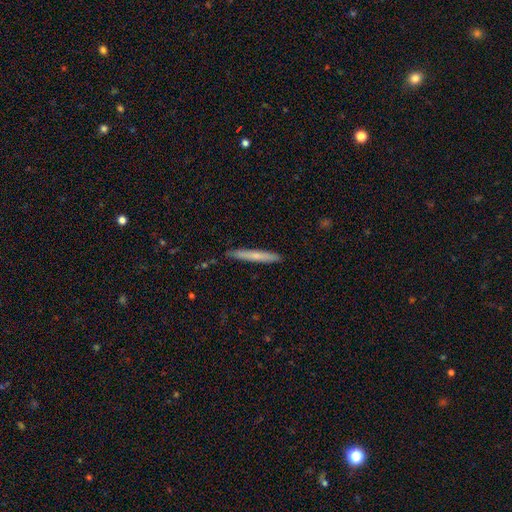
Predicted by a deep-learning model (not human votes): A smooth galaxy with no disk features (60%) that is cigar-shaped (96%).

Vote fractions:
- Smooth or featured? smooth: 60% / featured or disk: 34% / star or artifact: 6%
- How rounded? cigar-shaped: 96% / in between: 3% / round: 1%
- Merging? none: 88% / minor disturbance: 9% / major disturbance: 2% / merger: 1%